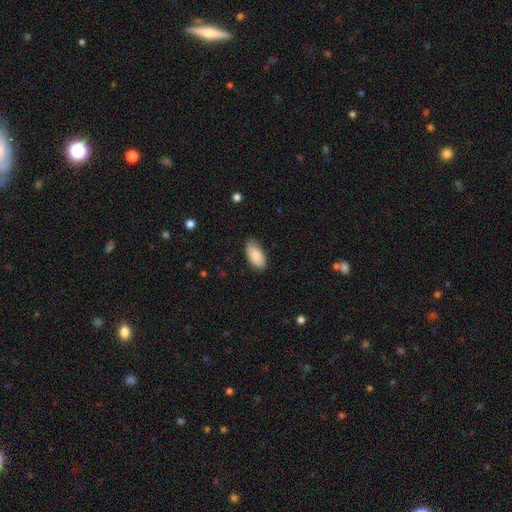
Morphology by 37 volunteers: Smooth or featured: smooth — 95% (featured or disk — 3%)
How rounded: in between — 100%
Merging: none — 81% (minor disturbance — 17%)